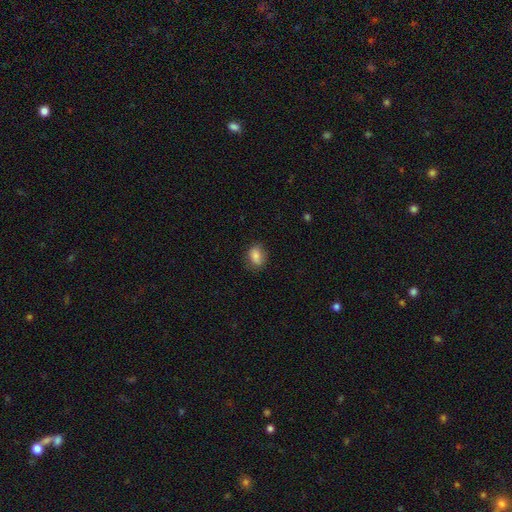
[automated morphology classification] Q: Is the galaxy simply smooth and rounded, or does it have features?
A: smooth — 83%.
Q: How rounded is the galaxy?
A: in between — 69%.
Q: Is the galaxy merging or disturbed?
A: none — 78%.